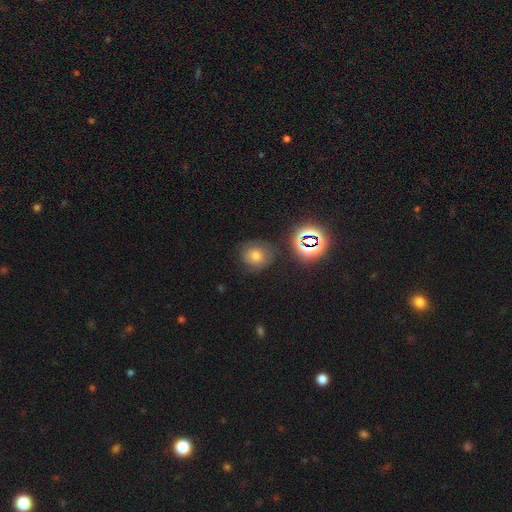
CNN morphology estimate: Smooth or featured?
  - smooth: 58% *
  - star or artifact: 24%
  - featured or disk: 19%
How rounded?
  - round: 76% *
  - in between: 23%
  - cigar-shaped: 1%
Merging?
  - none: 73% *
  - minor disturbance: 18%
  - major disturbance: 6%
  - merger: 3%